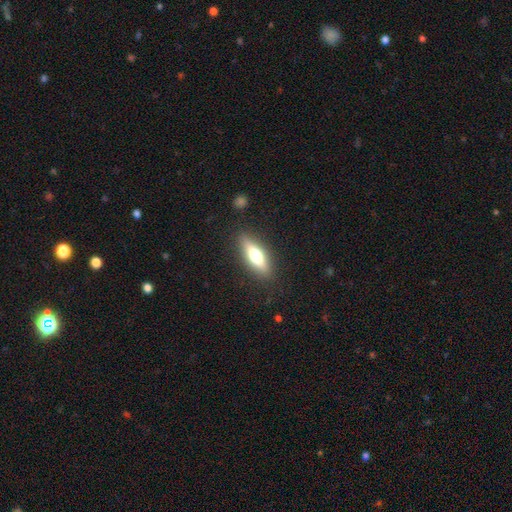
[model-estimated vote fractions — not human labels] smooth_or_featured: smooth (p=0.56) [alt: featured or disk p=0.37]
how_rounded: cigar-shaped (p=0.50) [alt: in between p=0.47]
merging: none (p=0.86) [alt: minor disturbance p=0.10]